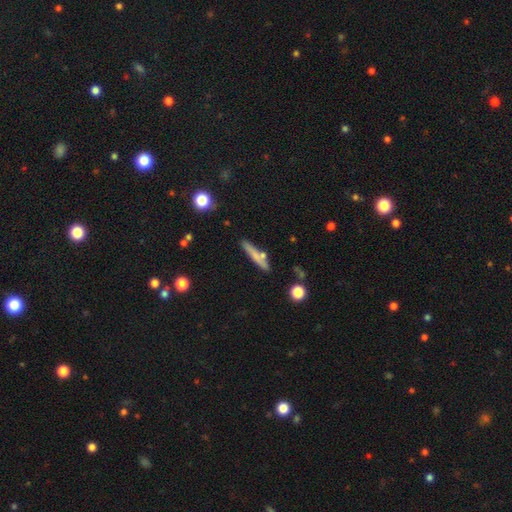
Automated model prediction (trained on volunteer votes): This is likely a smooth galaxy (64%). How rounded: clearly cigar-shaped (91%). Merging: likely none (76%).